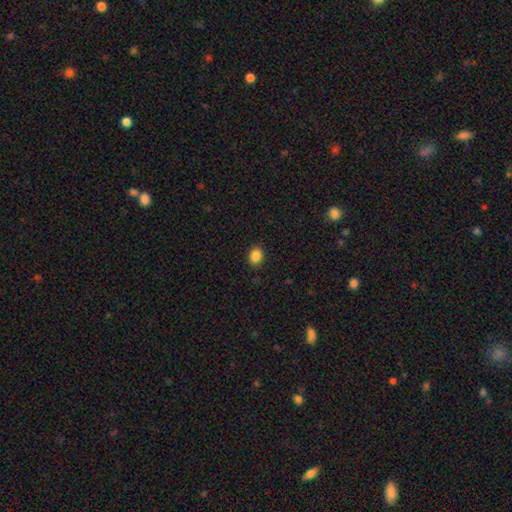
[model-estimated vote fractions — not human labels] smooth 86%, star or artifact 10%, featured or disk 4%. Down the decision tree: how rounded — in between (54%); merging — none (89%).